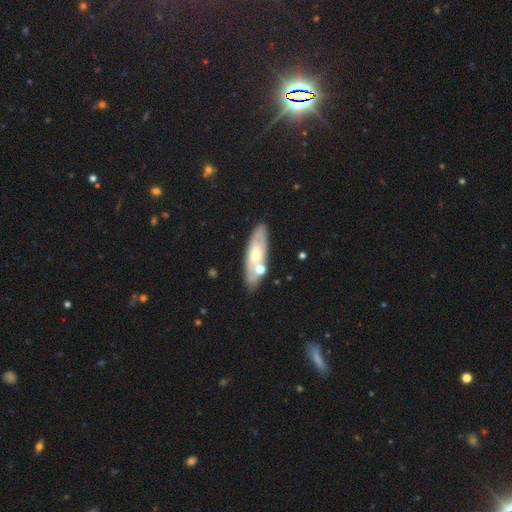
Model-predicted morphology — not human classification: smooth-or-featured: featured or disk: 57% | smooth: 37% | star or artifact: 6%
  disk-edge-on: no: 71% | yes: 29%
  merging: none: 73% | minor disturbance: 12% | merger: 11% | major disturbance: 3%